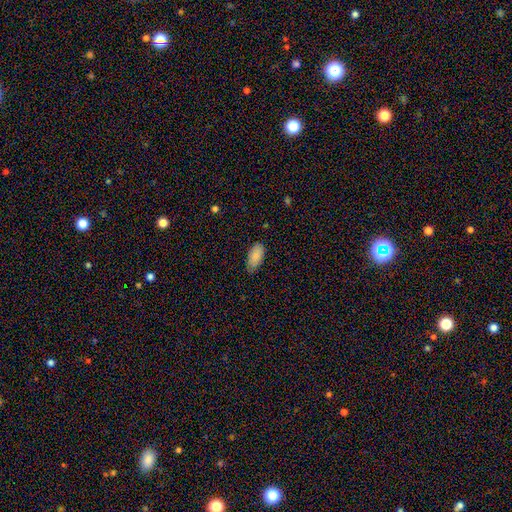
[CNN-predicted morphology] Smooth or featured? Predicted: smooth (p=0.88). How rounded? Predicted: in between (p=0.93). Merging? Predicted: none (p=0.76).